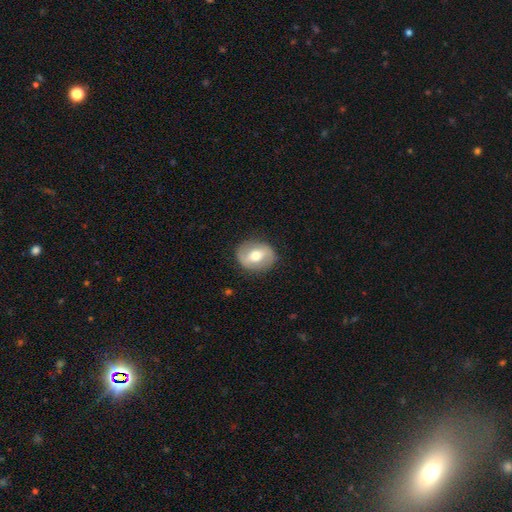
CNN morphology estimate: A featured or disk galaxy (50%). Merging: none (84%).